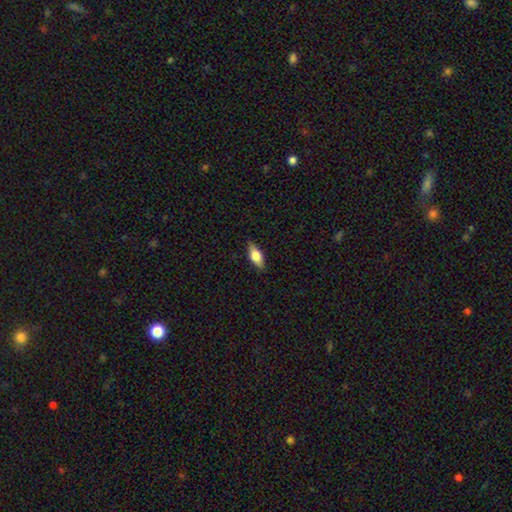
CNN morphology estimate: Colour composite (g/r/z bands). It shows a smooth galaxy with no disk features (64%) that is in between round and cigar-shaped (77%). Merging: none (86%).